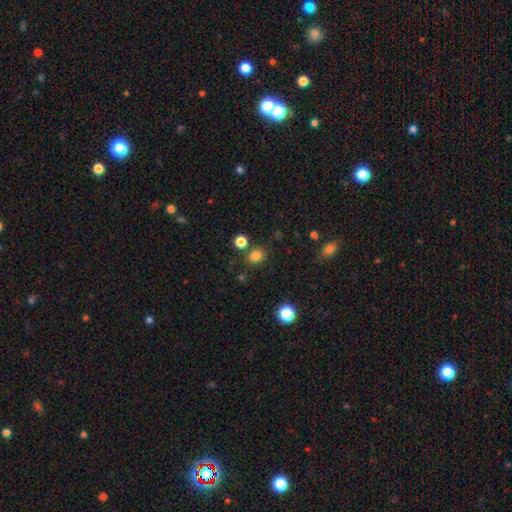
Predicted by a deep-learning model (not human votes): A smooth galaxy with no disk features (81%) that is round (73%).

Vote fractions:
- Smooth or featured? smooth: 81% / star or artifact: 14% / featured or disk: 5%
- How rounded? round: 73% / in between: 26% / cigar-shaped: 1%
- Merging? none: 78% / minor disturbance: 9% / merger: 9% / major disturbance: 3%